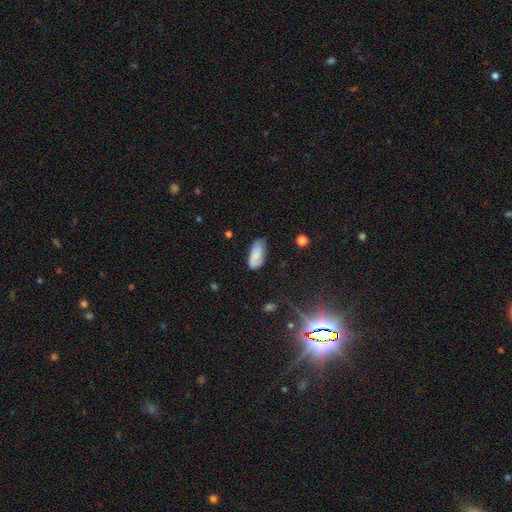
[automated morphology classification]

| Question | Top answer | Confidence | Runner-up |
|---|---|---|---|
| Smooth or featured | smooth | 76% | featured or disk (16%) |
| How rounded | in between | 90% | cigar-shaped (8%) |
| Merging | none | 65% | minor disturbance (28%) |